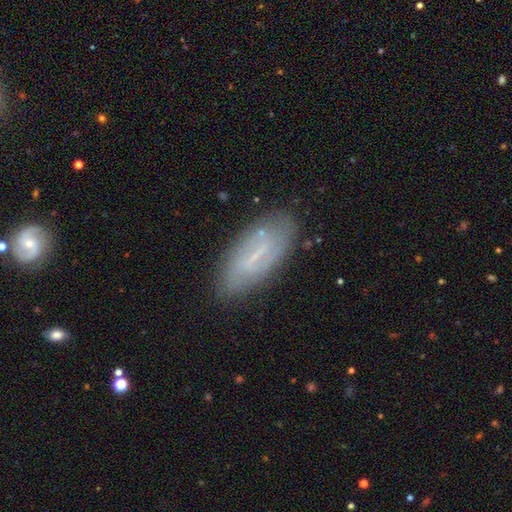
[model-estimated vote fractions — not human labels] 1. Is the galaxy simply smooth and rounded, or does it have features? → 60% featured or disk, 31% smooth, 8% star or artifact.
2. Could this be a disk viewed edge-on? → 84% no, 16% yes.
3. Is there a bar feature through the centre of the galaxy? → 43% weak, 38% strong, 19% no.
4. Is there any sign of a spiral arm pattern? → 61% yes, 39% no.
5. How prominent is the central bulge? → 49% small, 35% none, 13% moderate, 1% large, 1% dominant.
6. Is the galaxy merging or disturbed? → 78% none, 16% minor disturbance, 4% major disturbance, 2% merger.